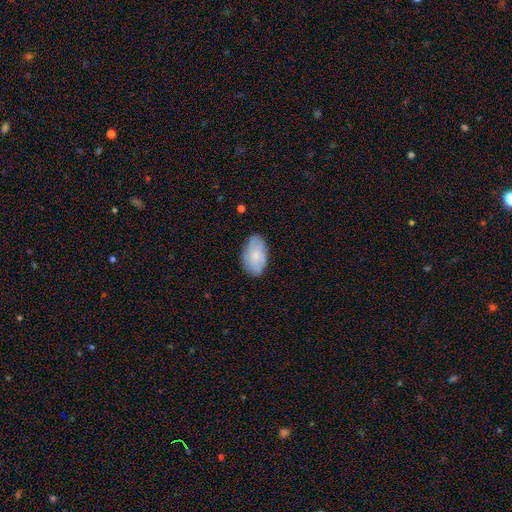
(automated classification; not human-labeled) smooth_or_featured: smooth (p=0.66) [alt: featured or disk p=0.27]
how_rounded: in between (p=0.93) [alt: round p=0.05]
merging: none (p=0.78) [alt: minor disturbance p=0.17]